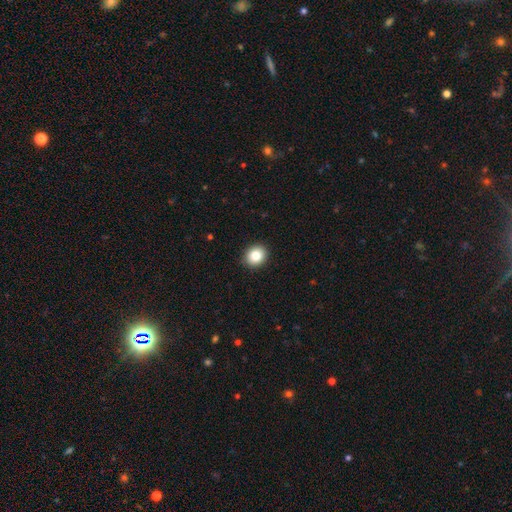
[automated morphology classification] A smooth galaxy with no disk features (83%) that is round (74%).

Vote fractions:
- Smooth or featured? smooth: 83% / star or artifact: 10% / featured or disk: 7%
- How rounded? round: 74% / in between: 25% / cigar-shaped: 1%
- Merging? none: 92% / minor disturbance: 6% / major disturbance: 2% / merger: 1%